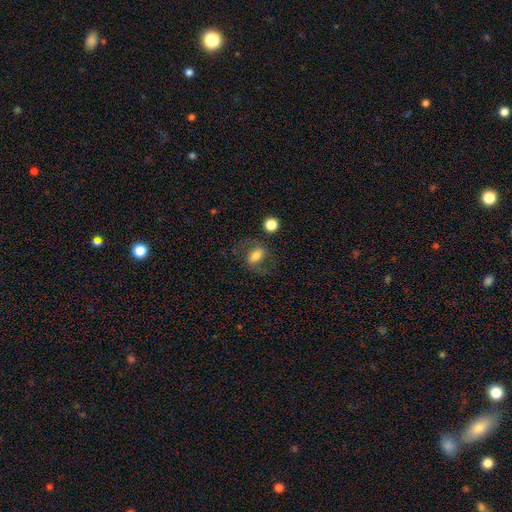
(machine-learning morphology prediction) This appears to be a smooth galaxy with no disk features (54%) that is in between round and cigar-shaped (68%). Merging: none (62%).